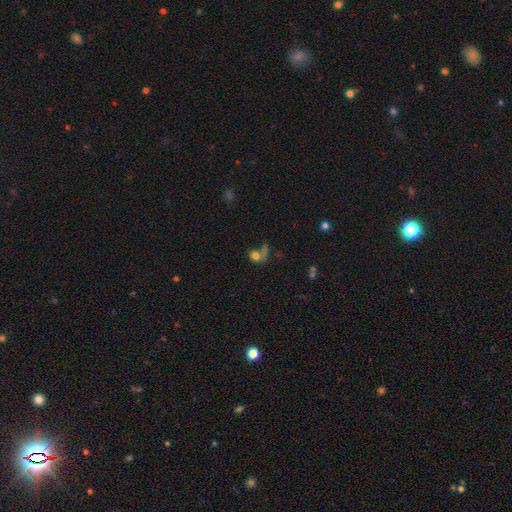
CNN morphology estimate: A smooth galaxy with no disk features (68%) that is round (56%).

Vote fractions:
- Smooth or featured? smooth: 68% / featured or disk: 16% / star or artifact: 16%
- How rounded? round: 56% / in between: 41% / cigar-shaped: 3%
- Merging? none: 33% / merger: 30% / major disturbance: 24% / minor disturbance: 13%